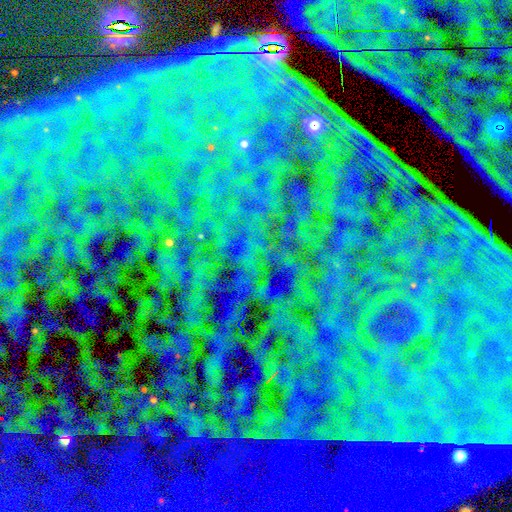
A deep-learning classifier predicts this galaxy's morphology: This is clearly a star or artifact rather than a galaxy (86%).